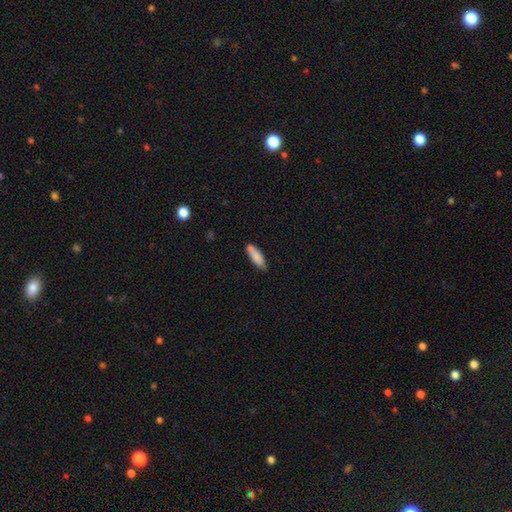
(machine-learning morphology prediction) Smooth or featured? Predicted: smooth (p=0.85). How rounded? Predicted: cigar-shaped (p=0.51). Merging? Predicted: none (p=0.72).